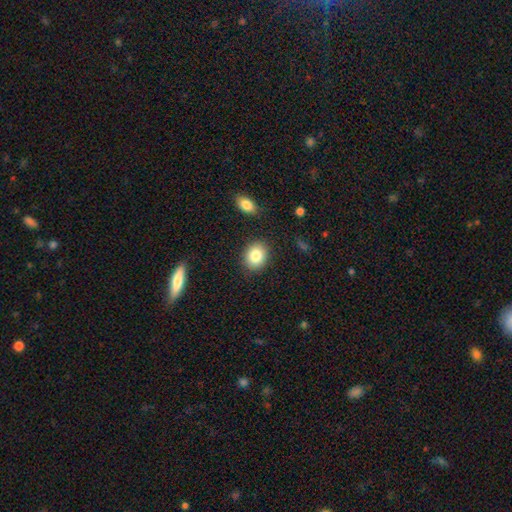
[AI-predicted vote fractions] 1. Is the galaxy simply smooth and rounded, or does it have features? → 84% smooth, 8% star or artifact, 8% featured or disk.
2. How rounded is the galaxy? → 55% round, 44% in between, 1% cigar-shaped.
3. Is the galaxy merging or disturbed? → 86% none, 9% minor disturbance, 3% major disturbance, 2% merger.